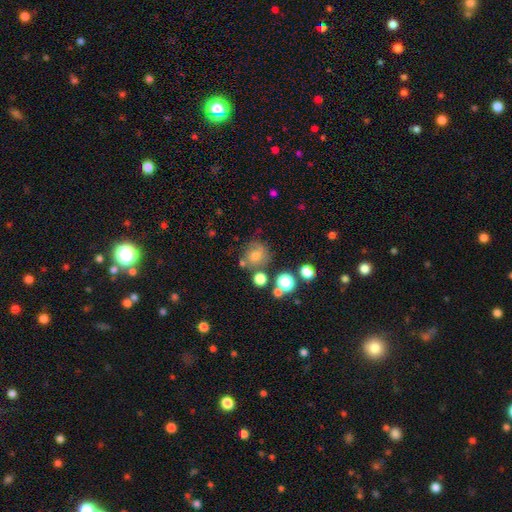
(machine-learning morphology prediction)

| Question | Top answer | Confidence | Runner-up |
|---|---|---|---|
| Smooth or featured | smooth | 68% | star or artifact (17%) |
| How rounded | round | 80% | in between (19%) |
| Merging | none | 65% | minor disturbance (16%) |